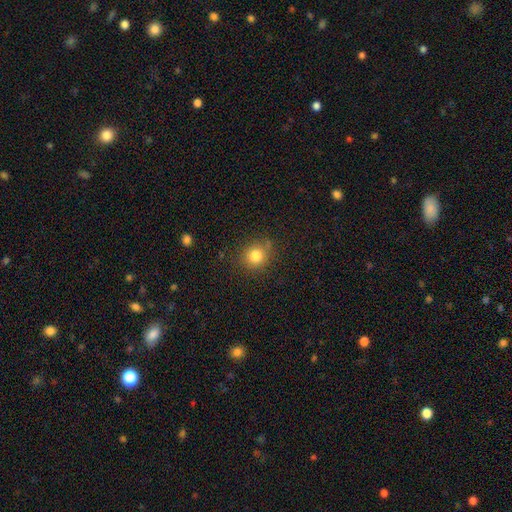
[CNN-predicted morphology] Smooth or featured? Predicted: smooth (p=0.81). How rounded? Predicted: round (p=0.81). Merging? Predicted: none (p=0.81).